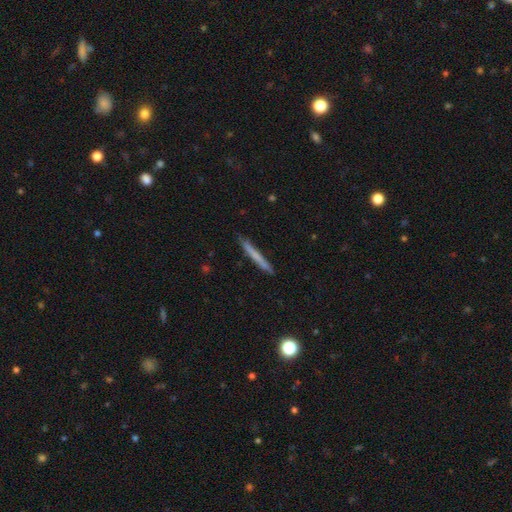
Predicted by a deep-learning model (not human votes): Overall: smooth (62%; featured or disk 32%). How rounded: cigar-shaped (97%). Merging: none (90%).